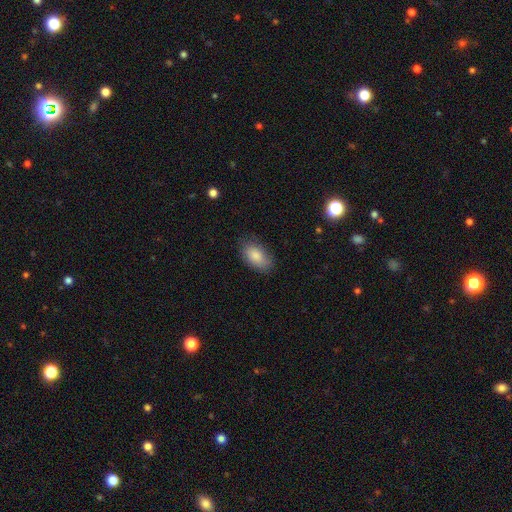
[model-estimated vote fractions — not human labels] A smooth galaxy with no disk features (84%) that is in between round and cigar-shaped (92%).

Vote fractions:
- Smooth or featured? smooth: 84% / featured or disk: 9% / star or artifact: 7%
- How rounded? in between: 92% / round: 6% / cigar-shaped: 2%
- Merging? none: 80% / minor disturbance: 15% / major disturbance: 3% / merger: 1%